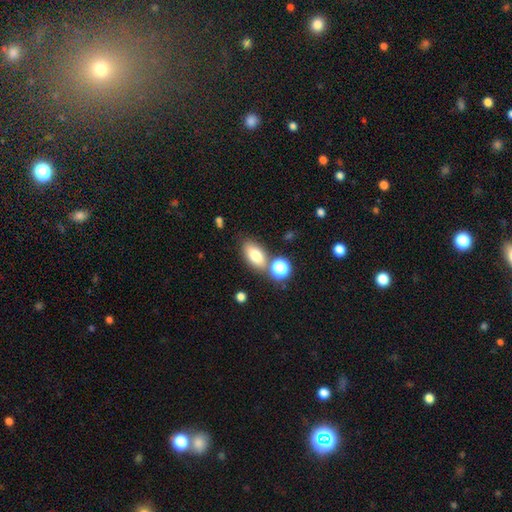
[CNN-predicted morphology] smooth 77%, featured or disk 13%, star or artifact 10%. Down the decision tree: how rounded — in between (86%); merging — none (69%).